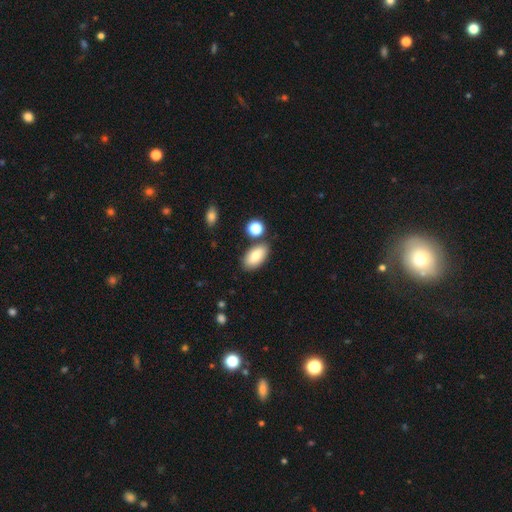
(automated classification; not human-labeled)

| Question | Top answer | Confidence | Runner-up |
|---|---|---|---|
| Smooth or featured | smooth | 80% | featured or disk (12%) |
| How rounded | in between | 92% | round (4%) |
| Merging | none | 78% | minor disturbance (11%) |